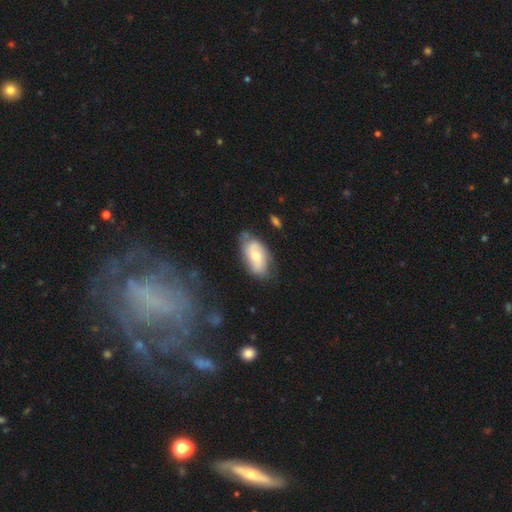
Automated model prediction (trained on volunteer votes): smooth_or_featured: featured or disk (p=0.54) [alt: smooth p=0.39]
disk_edge_on: no (p=0.94) [alt: yes p=0.06]
bar: no (p=0.54) [alt: weak p=0.38]
has_spiral_arms: yes (p=0.83) [alt: no p=0.17]
bulge_size: moderate (p=0.53) [alt: small p=0.33]
merging: none (p=0.60) [alt: minor disturbance p=0.27]